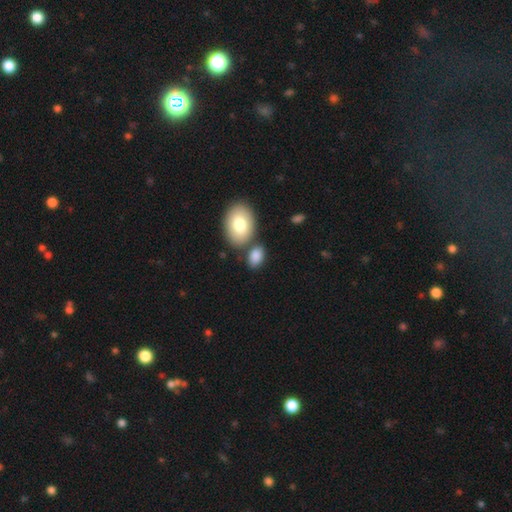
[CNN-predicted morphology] Smooth or featured?
  - smooth: 83% *
  - featured or disk: 10%
  - star or artifact: 7%
How rounded?
  - in between: 85% *
  - round: 14%
  - cigar-shaped: 2%
Merging?
  - none: 62% *
  - merger: 20%
  - minor disturbance: 14%
  - major disturbance: 4%